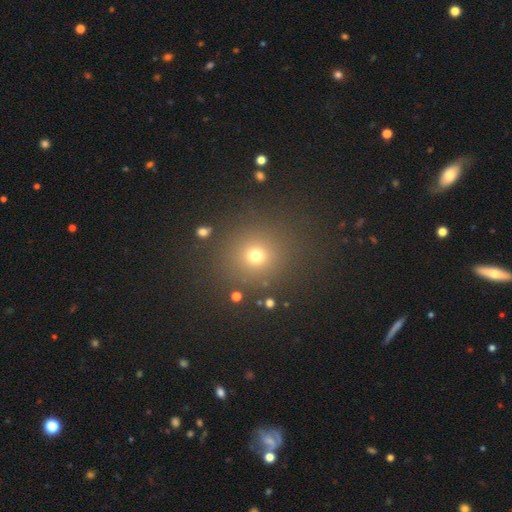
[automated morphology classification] Smooth or featured: smooth — 70% (star or artifact — 22%)
How rounded: round — 86% (in between — 13%)
Merging: none — 84% (minor disturbance — 8%)